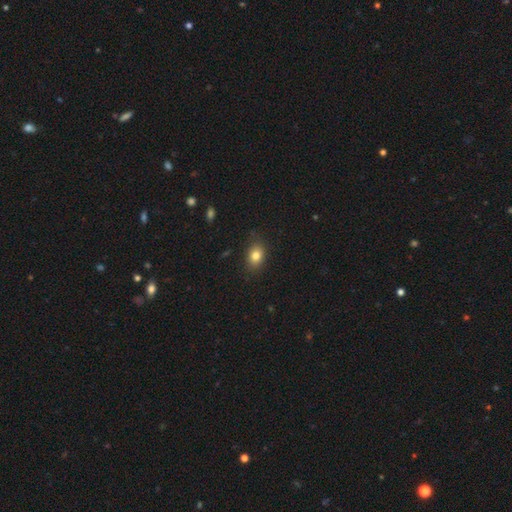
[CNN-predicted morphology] Smooth or featured? Predicted: smooth (p=0.82). How rounded? Predicted: in between (p=0.68). Merging? Predicted: none (p=0.83).